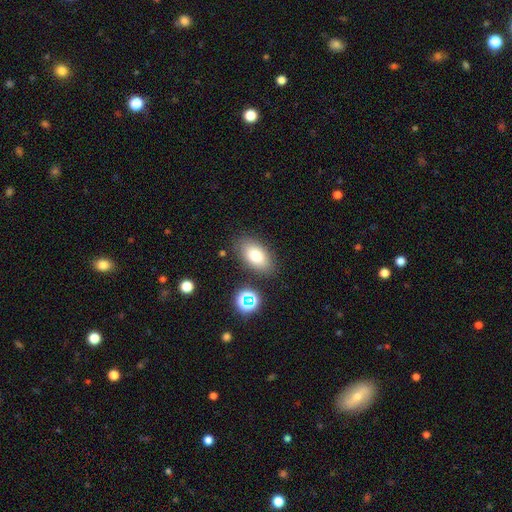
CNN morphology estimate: smooth 77%, featured or disk 12%, star or artifact 10%. Down the decision tree: how rounded — in between (91%); merging — none (82%).